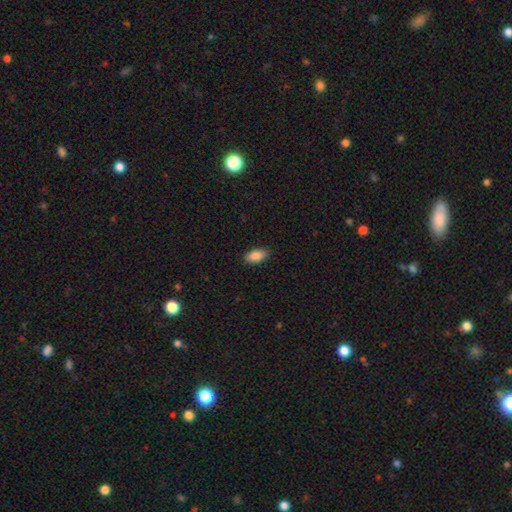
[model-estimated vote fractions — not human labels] Smooth or featured?
  - smooth: 88% *
  - star or artifact: 7%
  - featured or disk: 5%
How rounded?
  - in between: 93% *
  - cigar-shaped: 4%
  - round: 3%
Merging?
  - none: 87% *
  - minor disturbance: 10%
  - major disturbance: 2%
  - merger: 1%